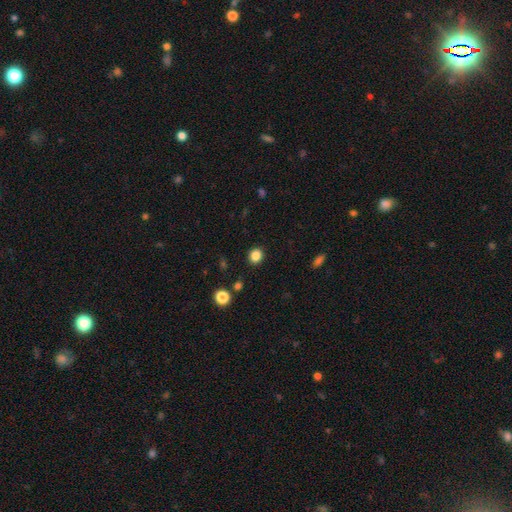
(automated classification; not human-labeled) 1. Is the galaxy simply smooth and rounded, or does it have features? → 84% smooth, 12% star or artifact, 4% featured or disk.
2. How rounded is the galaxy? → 80% round, 19% in between, 1% cigar-shaped.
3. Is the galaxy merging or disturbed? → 90% none, 6% minor disturbance, 2% major disturbance, 2% merger.